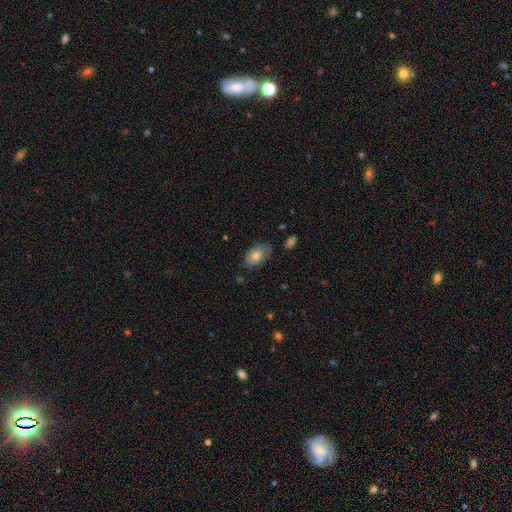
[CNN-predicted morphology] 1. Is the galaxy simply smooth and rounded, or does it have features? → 72% smooth, 21% featured or disk, 8% star or artifact.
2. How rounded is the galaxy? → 89% in between, 9% round, 2% cigar-shaped.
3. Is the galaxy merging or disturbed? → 69% none, 24% minor disturbance, 5% major disturbance, 2% merger.